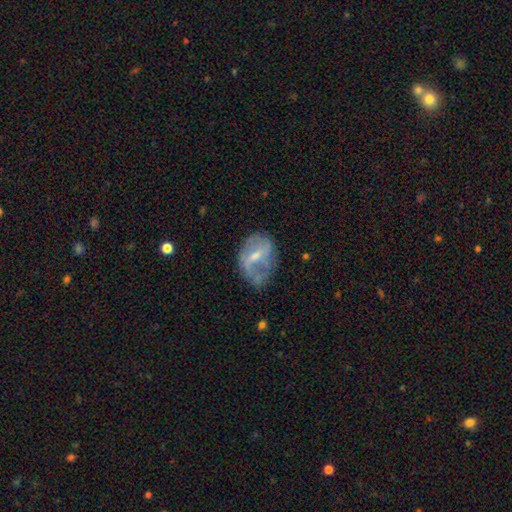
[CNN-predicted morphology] This appears to be a featured or disk galaxy (61%) with a weak bar (51%), spiral arms (51%) and a small central bulge (49%). Merging: none (46%).